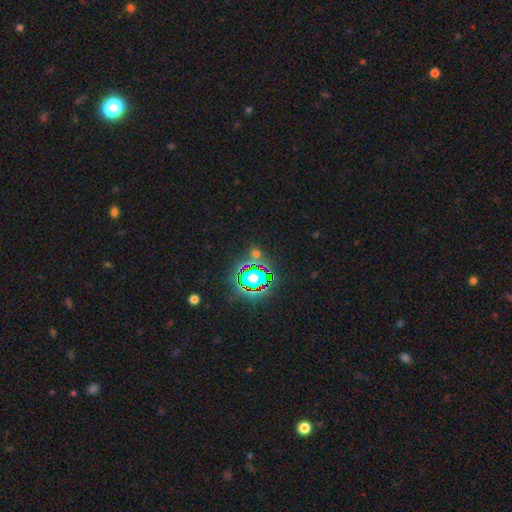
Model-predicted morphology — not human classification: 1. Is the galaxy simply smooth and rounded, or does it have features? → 75% star or artifact, 16% smooth, 9% featured or disk.